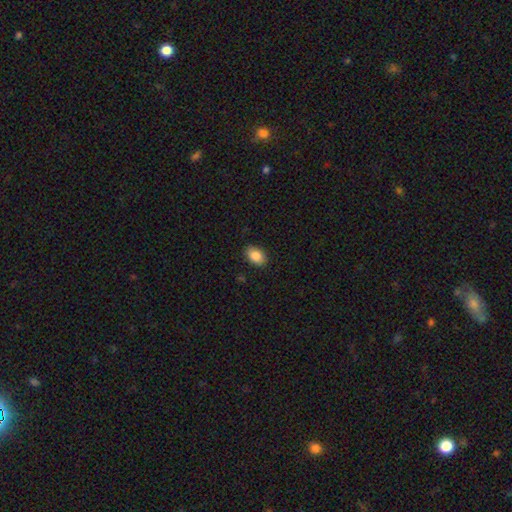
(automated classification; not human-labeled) smooth 87%, star or artifact 8%, featured or disk 5%. Down the decision tree: how rounded — in between (87%); merging — none (88%).